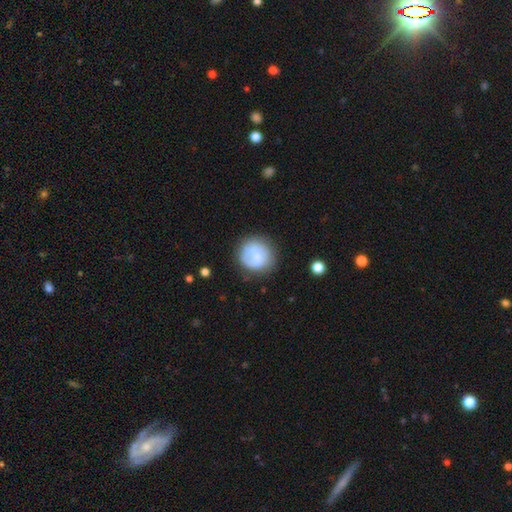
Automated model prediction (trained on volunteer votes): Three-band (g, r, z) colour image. It shows a smooth galaxy with no disk features (64%) that is round (89%). Merging: none (71%).